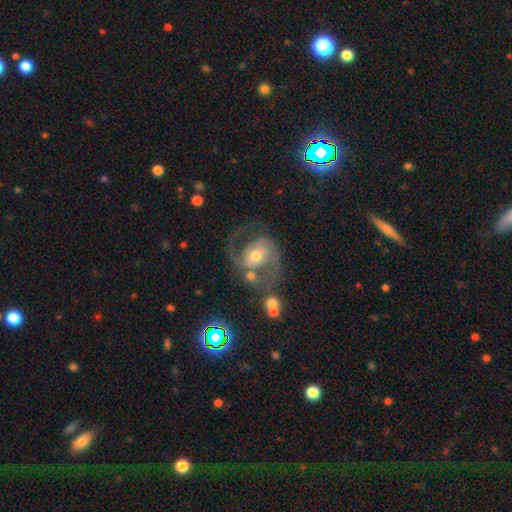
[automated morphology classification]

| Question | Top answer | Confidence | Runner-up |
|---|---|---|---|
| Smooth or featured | featured or disk | 84% | smooth (8%) |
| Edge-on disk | no | 98% | yes (2%) |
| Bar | no | 47% | weak (37%) |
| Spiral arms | yes | 95% | no (5%) |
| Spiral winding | medium | 59% | loose (22%) |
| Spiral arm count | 2 | 90% | can't tell (3%) |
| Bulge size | moderate | 67% | small (24%) |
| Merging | none | 59% | minor disturbance (16%) |